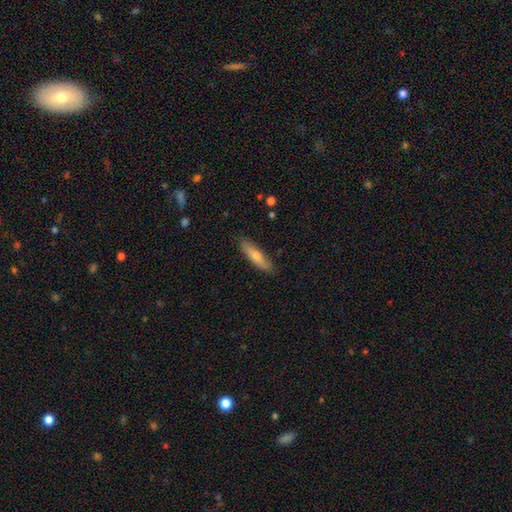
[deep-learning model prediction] This appears to be a smooth galaxy with no disk features (61%) that is cigar-shaped (76%). Merging: none (85%).